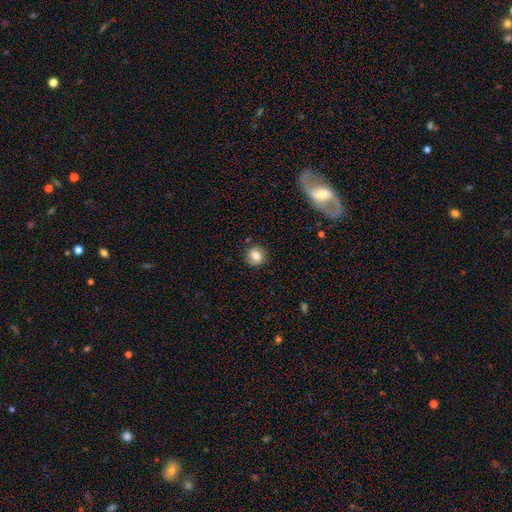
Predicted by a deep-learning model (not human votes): A smooth galaxy with no disk features (76%) that is round (74%).

Vote fractions:
- Smooth or featured? smooth: 76% / featured or disk: 14% / star or artifact: 10%
- How rounded? round: 74% / in between: 24% / cigar-shaped: 1%
- Merging? none: 85% / minor disturbance: 11% / major disturbance: 3% / merger: 2%